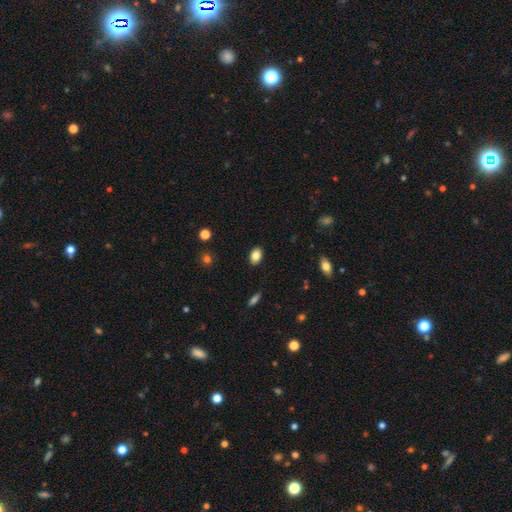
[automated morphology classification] smooth-or-featured: smooth: 84% | star or artifact: 8% | featured or disk: 7%
  how-rounded: in between: 83% | round: 16% | cigar-shaped: 1%
  merging: none: 88% | minor disturbance: 9% | major disturbance: 2% | merger: 1%